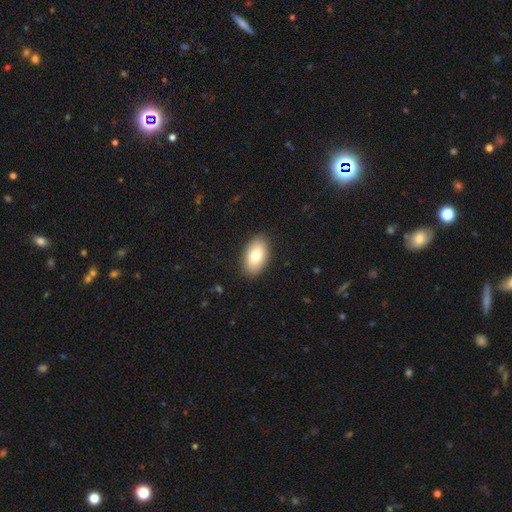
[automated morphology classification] Q: Smooth or featured?
A: smooth (78%); runner-up: featured or disk (15%)
Q: How rounded?
A: in between (93%); runner-up: round (5%)
Q: Merging?
A: none (88%); runner-up: minor disturbance (8%)